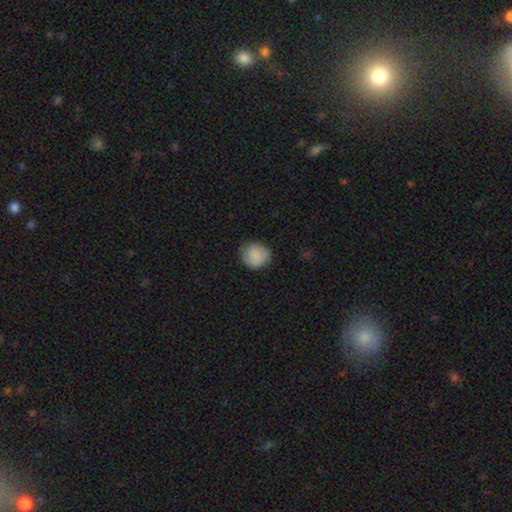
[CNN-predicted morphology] Smooth or featured: smooth — 79% (featured or disk — 13%)
How rounded: round — 80% (in between — 20%)
Merging: none — 80% (minor disturbance — 16%)